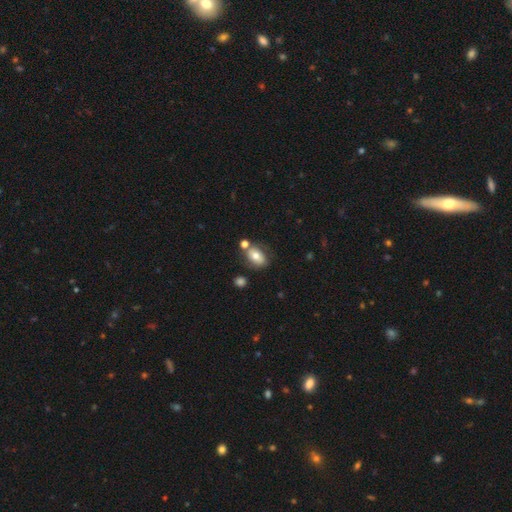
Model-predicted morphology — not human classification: Smooth or featured? Predicted: smooth (p=0.71). How rounded? Predicted: in between (p=0.81). Merging? Predicted: none (p=0.60).